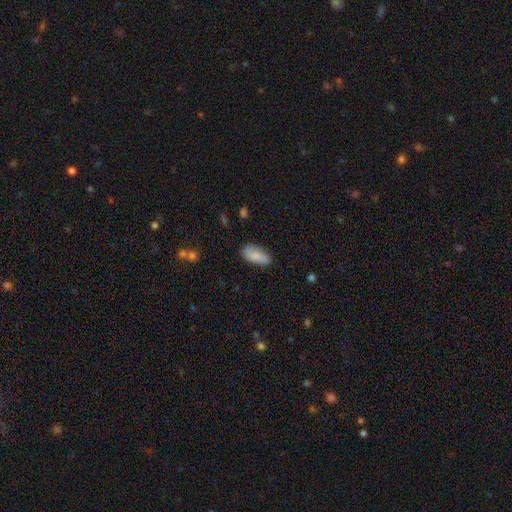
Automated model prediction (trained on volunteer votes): smooth 75%, featured or disk 18%, star or artifact 7%. Down the decision tree: how rounded — in between (88%); merging — none (72%).